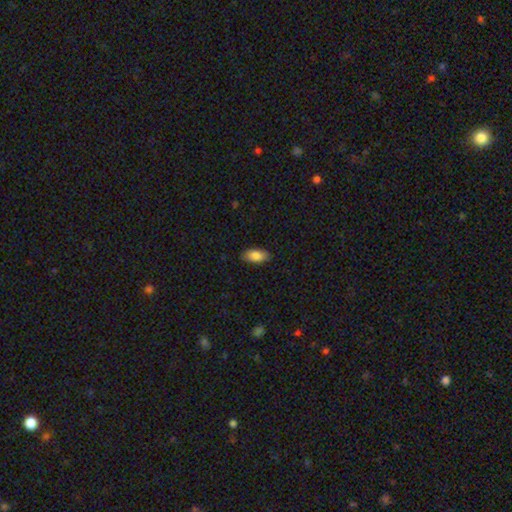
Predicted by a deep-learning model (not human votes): Smooth or featured?
  - smooth: 86% *
  - featured or disk: 8%
  - star or artifact: 7%
How rounded?
  - in between: 91% *
  - cigar-shaped: 7%
  - round: 3%
Merging?
  - none: 87% *
  - minor disturbance: 10%
  - major disturbance: 2%
  - merger: 1%